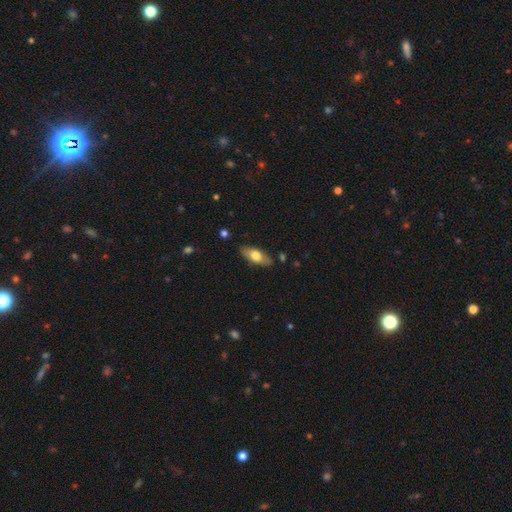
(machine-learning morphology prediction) This is likely a smooth galaxy (65%). How rounded: clearly in between (81%). Merging: clearly none (84%).